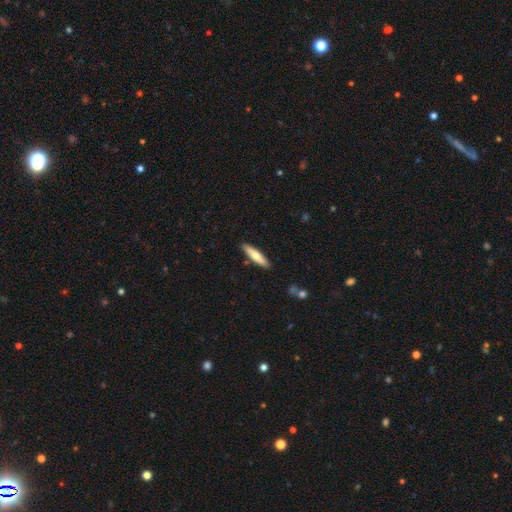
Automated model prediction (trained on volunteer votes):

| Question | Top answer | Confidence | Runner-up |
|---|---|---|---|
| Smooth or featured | smooth | 64% | featured or disk (31%) |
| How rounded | cigar-shaped | 80% | in between (19%) |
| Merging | none | 88% | minor disturbance (9%) |